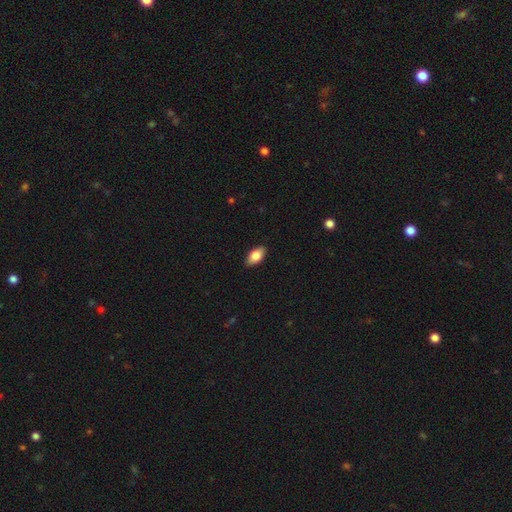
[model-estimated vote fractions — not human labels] Smooth or featured? smooth (82%)
How rounded? in between (93%)
Merging? none (88%)